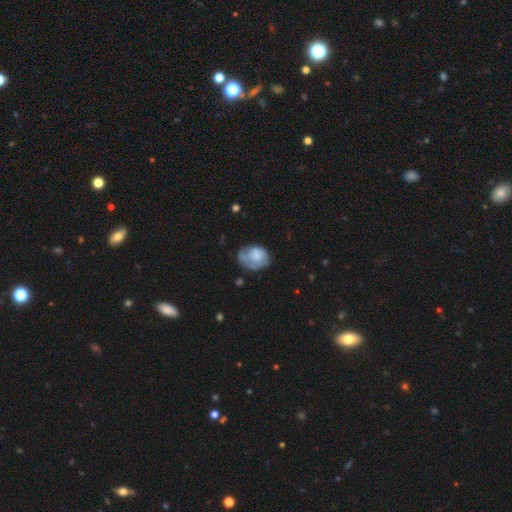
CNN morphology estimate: This is likely a smooth galaxy (61%). How rounded: likely in between (61%). Merging: possibly none (47%).